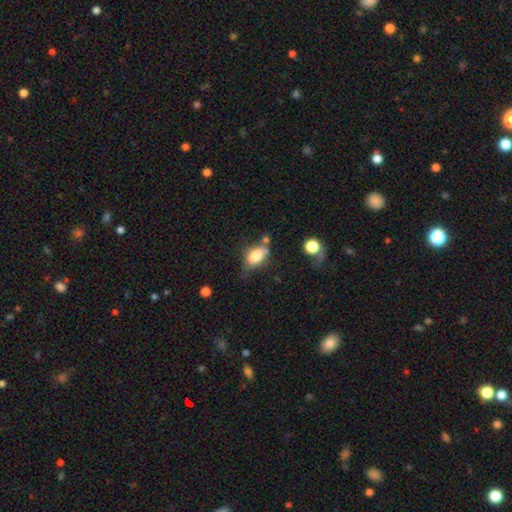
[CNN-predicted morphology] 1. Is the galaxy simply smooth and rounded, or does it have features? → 77% smooth, 14% featured or disk, 9% star or artifact.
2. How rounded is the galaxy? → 84% in between, 13% round, 3% cigar-shaped.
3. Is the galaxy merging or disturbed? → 40% none, 28% minor disturbance, 18% merger, 13% major disturbance.